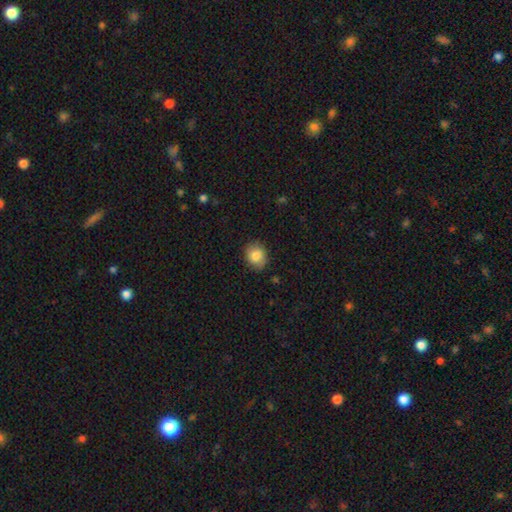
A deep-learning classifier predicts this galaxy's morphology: Smooth or featured? Predicted: smooth (p=0.83). How rounded? Predicted: round (p=0.53). Merging? Predicted: none (p=0.84).